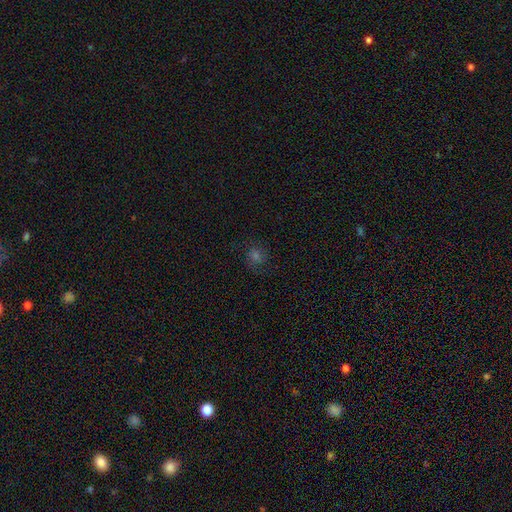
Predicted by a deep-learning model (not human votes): smooth 47%, star or artifact 31%, featured or disk 23%. Down the decision tree: merging — none (80%).